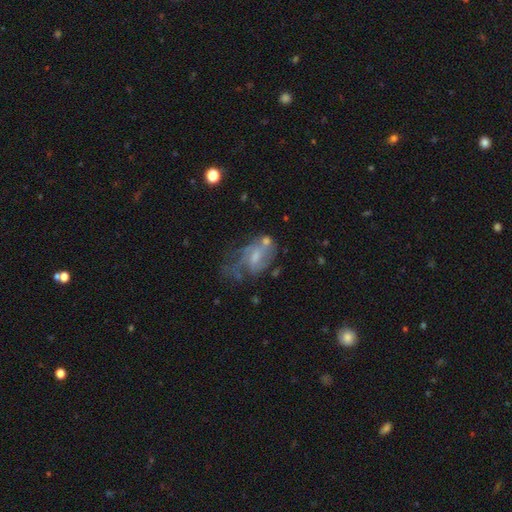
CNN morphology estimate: This appears to be a featured or disk galaxy (64%) with a weak bar (46%), spiral arms (65%) and a small central bulge (39%). Merging: major disturbance (33%).